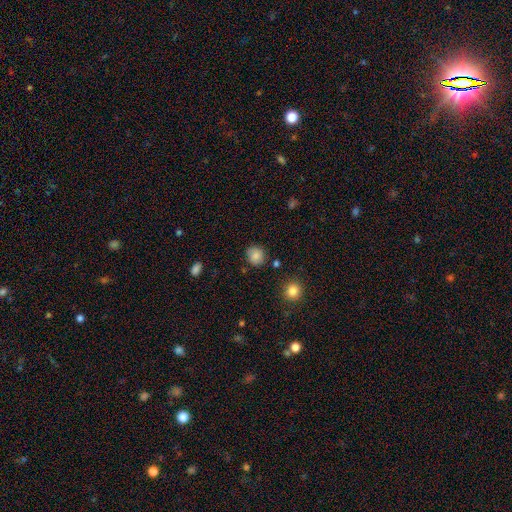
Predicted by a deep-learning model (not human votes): The model was most divided on "how rounded": round: 82%, in between: 17%, cigar-shaped: 1%. More confident: smooth or featured — smooth (83%); merging — none (83%).